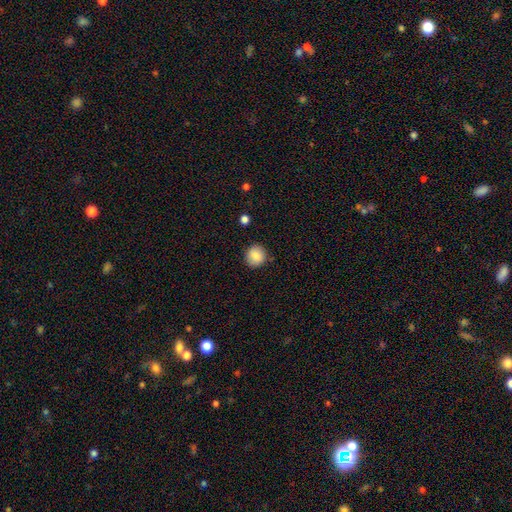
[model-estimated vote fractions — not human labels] smooth 87%, star or artifact 9%, featured or disk 5%. Down the decision tree: how rounded — round (89%); merging — none (87%).